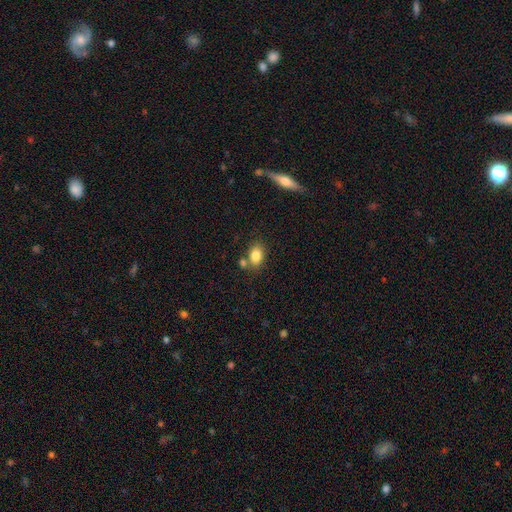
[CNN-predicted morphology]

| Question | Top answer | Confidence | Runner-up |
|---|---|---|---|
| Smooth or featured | smooth | 83% | star or artifact (9%) |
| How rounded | in between | 79% | round (20%) |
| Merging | none | 64% | merger (19%) |